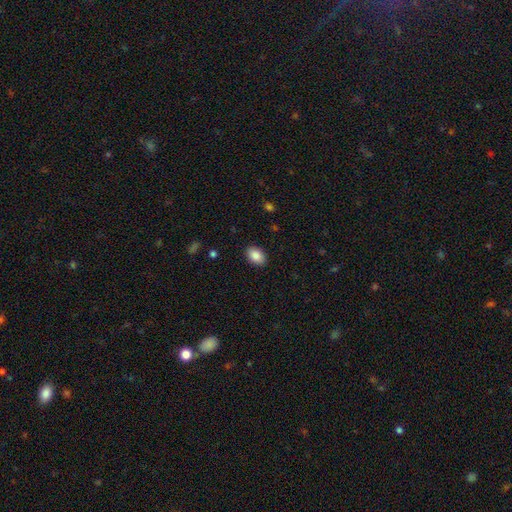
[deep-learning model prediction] smooth_or_featured: smooth (p=0.88) [alt: star or artifact p=0.07]
how_rounded: in between (p=0.82) [alt: round p=0.17]
merging: none (p=0.89) [alt: minor disturbance p=0.08]